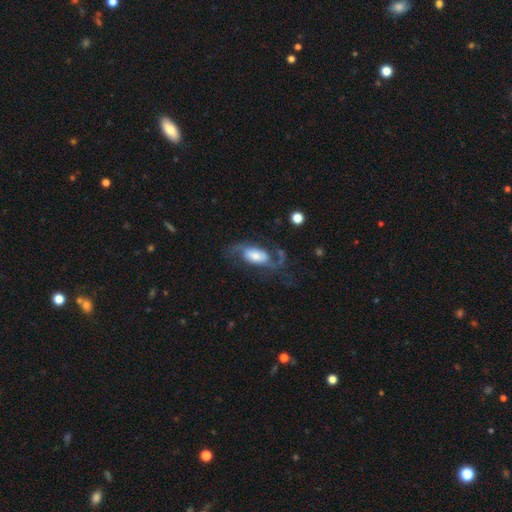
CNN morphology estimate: smooth-or-featured: featured or disk: 73% | smooth: 20% | star or artifact: 7%
  disk-edge-on: no: 94% | yes: 6%
    bar: no: 47% | weak: 35% | strong: 18%
    has-spiral-arms: yes: 93% | no: 7%
      spiral-winding: loose: 57% | medium: 34% | tight: 9%
      spiral-arm-count: 2: 87% | can't tell: 4% | 1: 4% | 3: 2% | 4: 1% | more than 4: 1%
    bulge-size: large: 34% | moderate: 24% | small: 22% | dominant: 12% | none: 8%
  merging: none: 51% | major disturbance: 26% | minor disturbance: 19% | merger: 3%